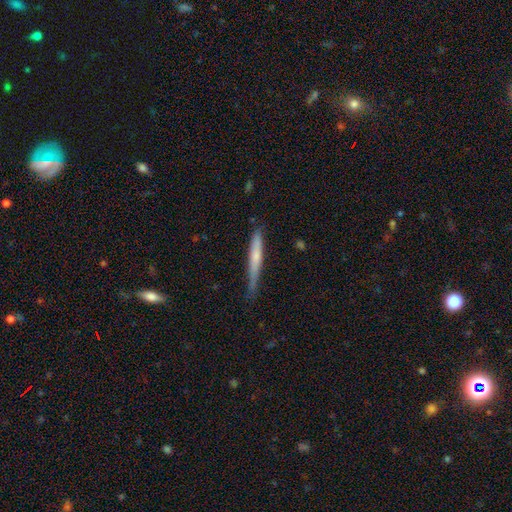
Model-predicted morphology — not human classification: smooth-or-featured: smooth: 57% | featured or disk: 37% | star or artifact: 6%
  how-rounded: cigar-shaped: 95% | in between: 3% | round: 1%
  merging: none: 70% | minor disturbance: 24% | major disturbance: 4% | merger: 2%